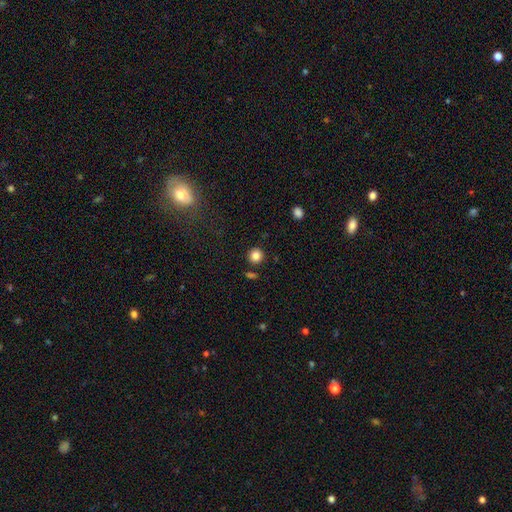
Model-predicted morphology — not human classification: smooth_or_featured: smooth (p=0.84) [alt: star or artifact p=0.11]
how_rounded: round (p=0.94) [alt: in between p=0.06]
merging: none (p=0.89) [alt: minor disturbance p=0.06]